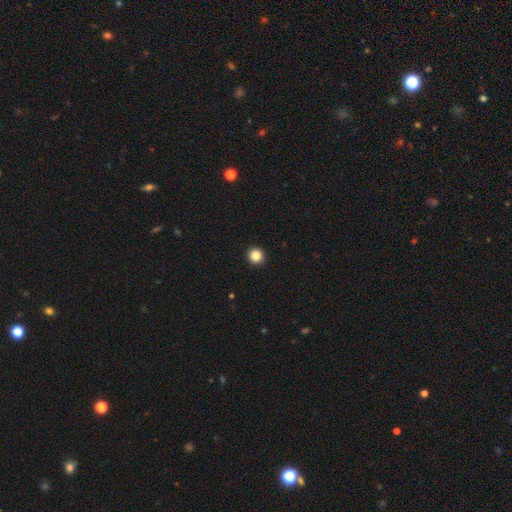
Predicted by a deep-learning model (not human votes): Overall: smooth (86%). How rounded: round (95%). Merging: none (94%).